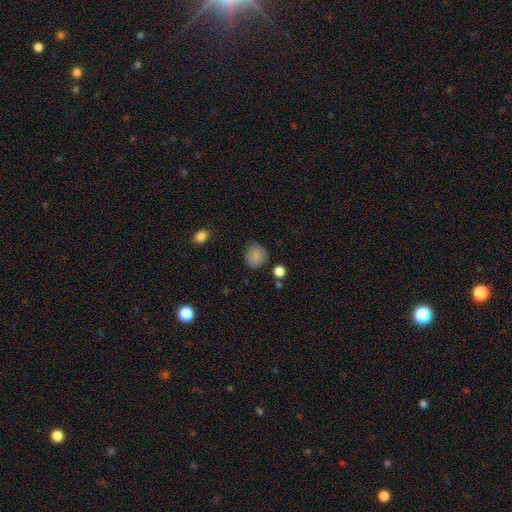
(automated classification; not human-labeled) Smooth or featured? smooth (86%)
How rounded? round (85%)
Merging? none (81%)